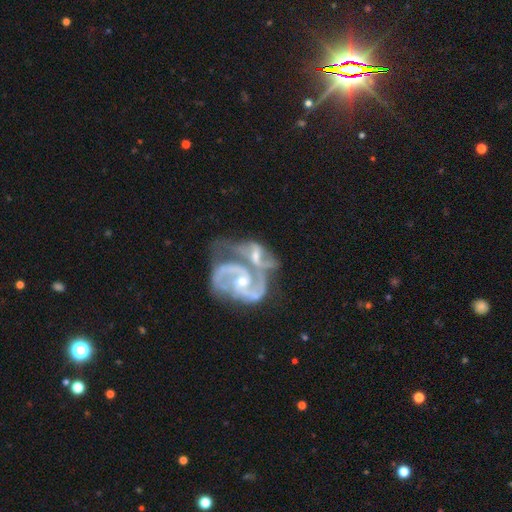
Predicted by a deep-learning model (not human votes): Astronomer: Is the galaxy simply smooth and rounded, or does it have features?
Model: featured or disk — 87%.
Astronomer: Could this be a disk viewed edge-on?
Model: no — 97%.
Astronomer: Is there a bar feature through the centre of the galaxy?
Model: no — 48% (runner-up: weak, 39%).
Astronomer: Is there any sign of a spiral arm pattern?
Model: yes — 93%.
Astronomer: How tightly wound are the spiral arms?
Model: medium — 52% (runner-up: tight, 28%).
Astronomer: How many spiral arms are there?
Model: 2 — 79%.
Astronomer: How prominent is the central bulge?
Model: moderate — 52% (runner-up: small, 41%).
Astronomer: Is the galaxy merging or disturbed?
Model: merger — 70%.